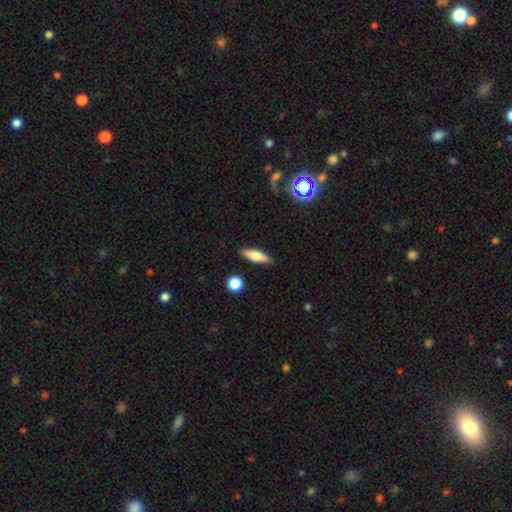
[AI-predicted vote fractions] A smooth galaxy with no disk features (67%) that is in between round and cigar-shaped (50%).

Vote fractions:
- Smooth or featured? smooth: 67% / featured or disk: 26% / star or artifact: 8%
- How rounded? in between: 50% / cigar-shaped: 47% / round: 3%
- Merging? none: 86% / minor disturbance: 10% / major disturbance: 2% / merger: 2%